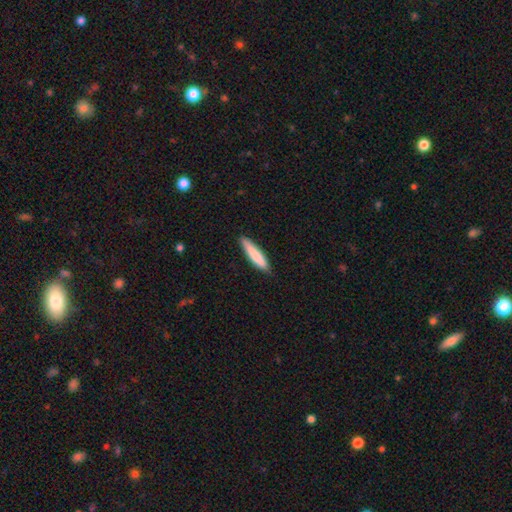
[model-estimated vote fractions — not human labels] Smooth or featured? Predicted: smooth (p=0.82). How rounded? Predicted: cigar-shaped (p=0.84). Merging? Predicted: none (p=0.84).